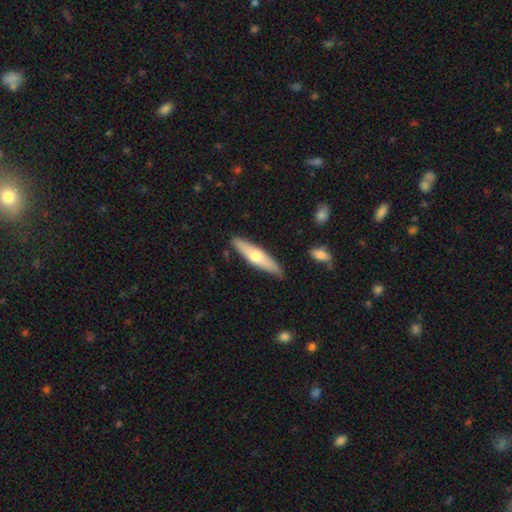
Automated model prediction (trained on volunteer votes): The model was most divided on "smooth or featured": smooth: 50%, featured or disk: 45%, star or artifact: 5%. More confident: merging — none (86%).